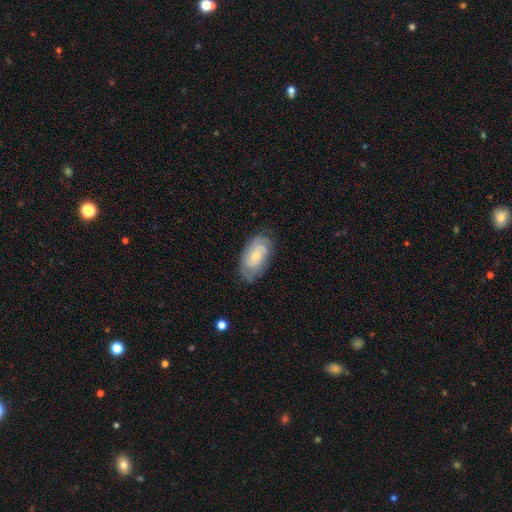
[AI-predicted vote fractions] Smooth or featured? featured or disk (64%)
Edge-on disk? no (95%)
Bar? no (64%)
Spiral arms? yes (89%)
Spiral winding? tight (58%)
Spiral arm count? 2 (41%)
Bulge size? small (63%)
Merging? none (75%)